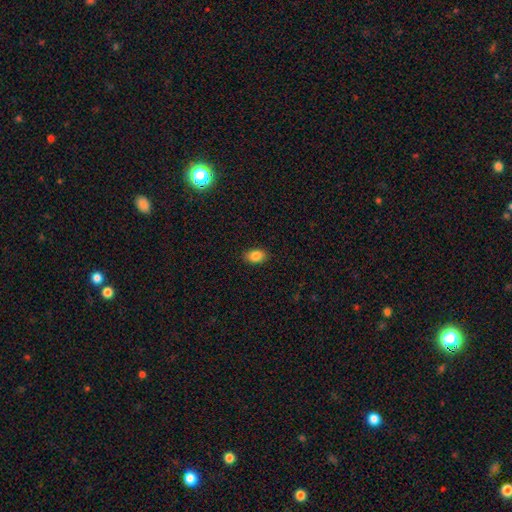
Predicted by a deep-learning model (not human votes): Overall: smooth (86%). How rounded: in between (86%). Merging: none (88%).